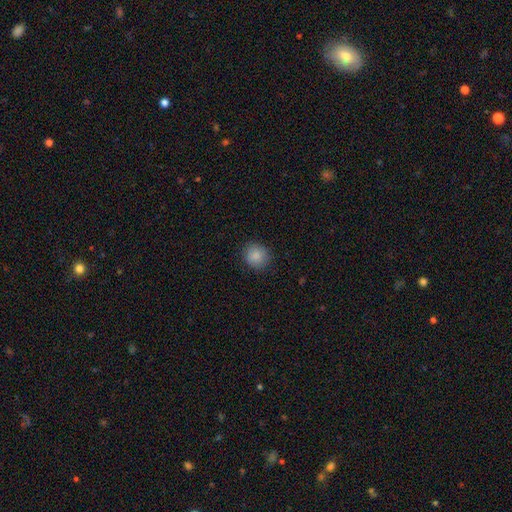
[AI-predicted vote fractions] Morphology: type=smooth (86%); roundness=round (88%); merging=none (86%).